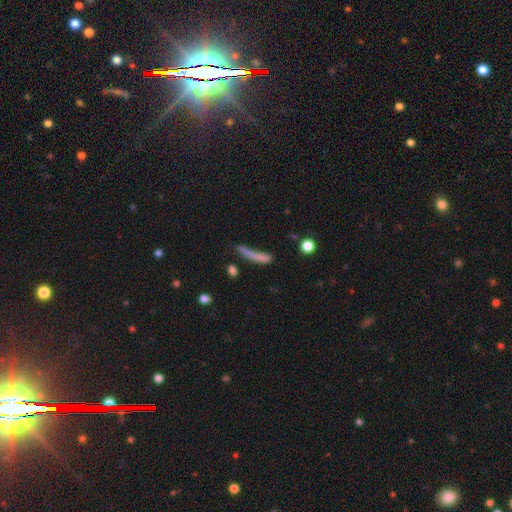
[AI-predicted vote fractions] A smooth galaxy with no disk features (69%) that is cigar-shaped (87%). Merging: none (50%).